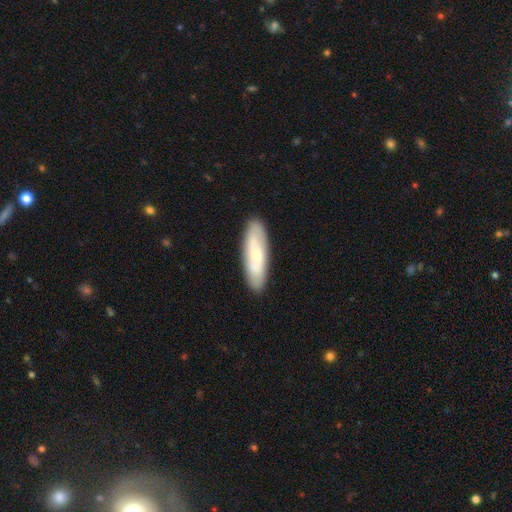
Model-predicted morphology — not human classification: Smooth or featured?
  - smooth: 53% *
  - featured or disk: 42%
  - star or artifact: 5%
How rounded?
  - cigar-shaped: 56% *
  - in between: 42%
  - round: 2%
Merging?
  - none: 86% *
  - minor disturbance: 10%
  - major disturbance: 2%
  - merger: 2%